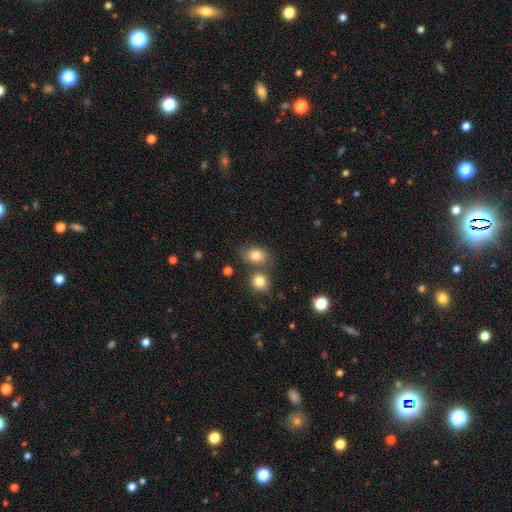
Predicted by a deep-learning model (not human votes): Q: Smooth or featured?
A: smooth (80%); runner-up: featured or disk (10%)
Q: How rounded?
A: in between (73%); runner-up: round (26%)
Q: Merging?
A: none (58%); runner-up: merger (25%)